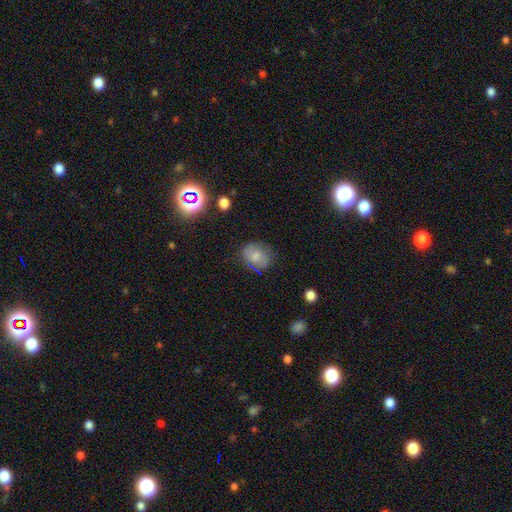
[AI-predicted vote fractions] A smooth galaxy with no disk features (64%) that is in between round and cigar-shaped (50%). Merging: none (72%).